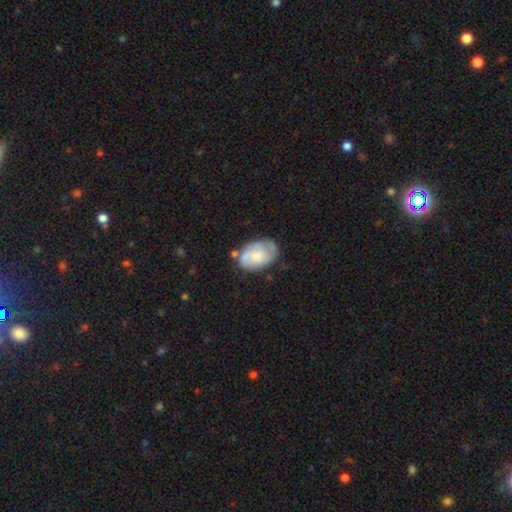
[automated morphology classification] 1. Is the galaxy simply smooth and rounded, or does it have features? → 49% featured or disk, 45% smooth, 6% star or artifact.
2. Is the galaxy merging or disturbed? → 61% none, 25% minor disturbance, 8% major disturbance, 6% merger.